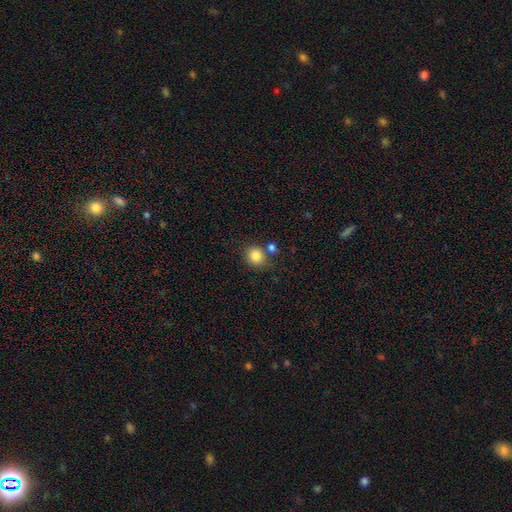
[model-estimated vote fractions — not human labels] This appears to be a smooth galaxy with no disk features (84%) that is round (83%). Merging: none (69%).